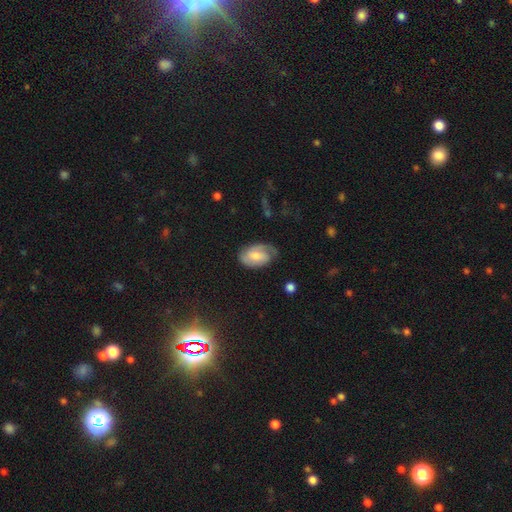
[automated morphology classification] Q: Smooth or featured?
A: featured or disk (61%); runner-up: smooth (32%)
Q: Edge-on disk?
A: no (96%); runner-up: yes (4%)
Q: Bar?
A: weak (46%); runner-up: no (41%)
Q: Spiral arms?
A: yes (89%); runner-up: no (11%)
Q: Spiral winding?
A: tight (46%); runner-up: medium (39%)
Q: Spiral arm count?
A: 2 (59%); runner-up: can't tell (18%)
Q: Bulge size?
A: moderate (53%); runner-up: small (31%)
Q: Merging?
A: none (64%); runner-up: minor disturbance (25%)